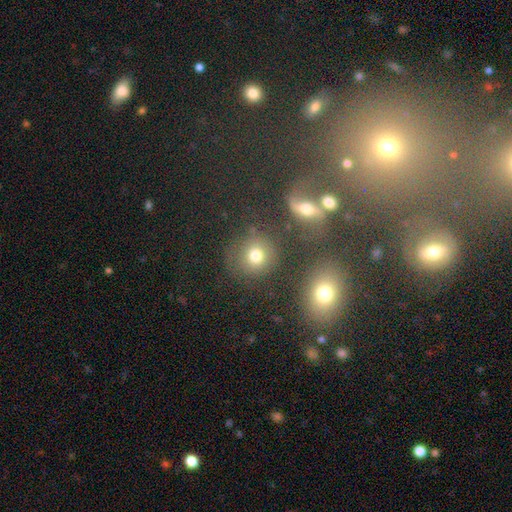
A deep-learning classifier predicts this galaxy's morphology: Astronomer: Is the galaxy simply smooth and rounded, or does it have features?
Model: smooth — 72%.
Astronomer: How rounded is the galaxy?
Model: round — 86%.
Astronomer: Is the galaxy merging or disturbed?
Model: none — 69%.